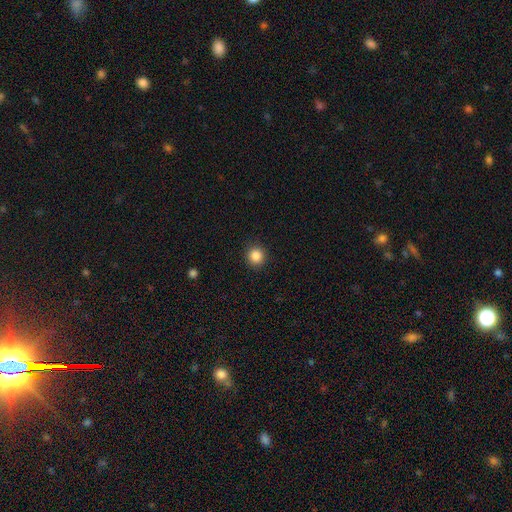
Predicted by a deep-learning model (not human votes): The model was most divided on "smooth or featured": smooth: 86%, star or artifact: 10%, featured or disk: 3%. More confident: how rounded — round (93%); merging — none (92%).